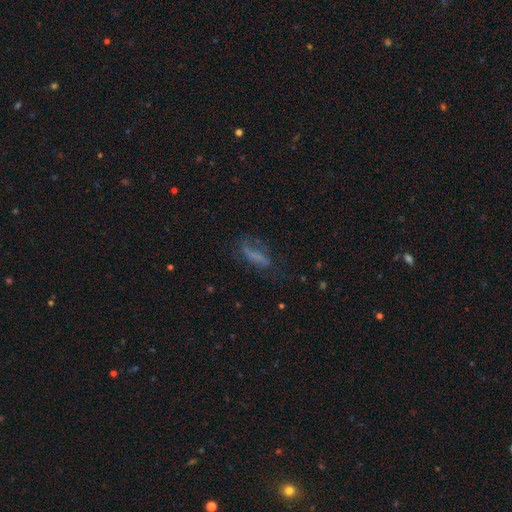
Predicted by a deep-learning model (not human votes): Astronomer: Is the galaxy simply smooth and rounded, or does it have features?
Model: smooth — 49% (runner-up: featured or disk, 36%).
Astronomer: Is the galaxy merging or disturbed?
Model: none — 50% (runner-up: minor disturbance, 25%).